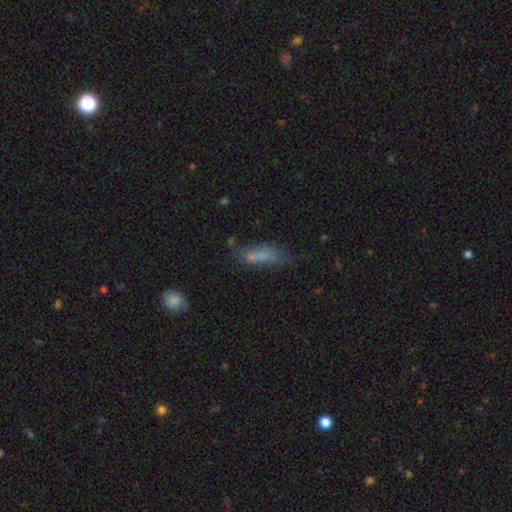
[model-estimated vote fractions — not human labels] This appears to be a smooth galaxy with no disk features (61%) that is cigar-shaped (48%, tied with in between). Merging: none (47%).